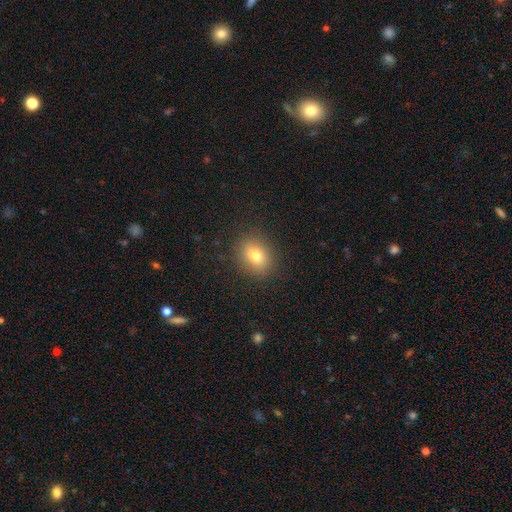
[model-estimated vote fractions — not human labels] Smooth or featured?
  - smooth: 77% *
  - star or artifact: 12%
  - featured or disk: 11%
How rounded?
  - in between: 50% *
  - round: 49%
  - cigar-shaped: 1%
Merging?
  - none: 88% *
  - minor disturbance: 8%
  - major disturbance: 3%
  - merger: 1%